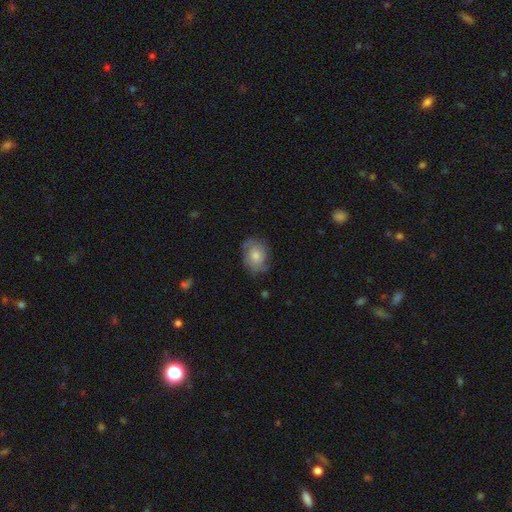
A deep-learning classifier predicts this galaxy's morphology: Smooth or featured? Predicted: featured or disk (p=0.45, tied with smooth). Merging? Predicted: none (p=0.71).